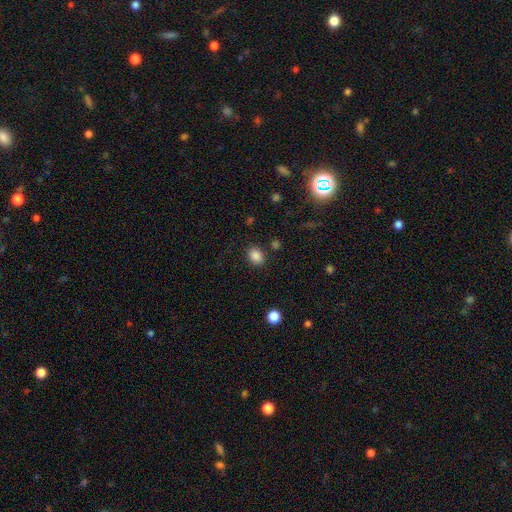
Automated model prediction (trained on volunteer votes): This is clearly a smooth galaxy (86%). How rounded: likely in between (60%). Merging: clearly none (84%).